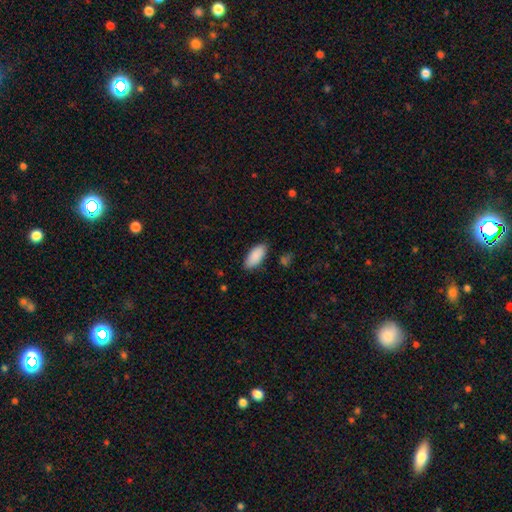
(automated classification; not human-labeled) smooth-or-featured: smooth: 90% | star or artifact: 6% | featured or disk: 4%
  how-rounded: in between: 89% | cigar-shaped: 9% | round: 2%
  merging: none: 85% | minor disturbance: 11% | major disturbance: 2% | merger: 1%